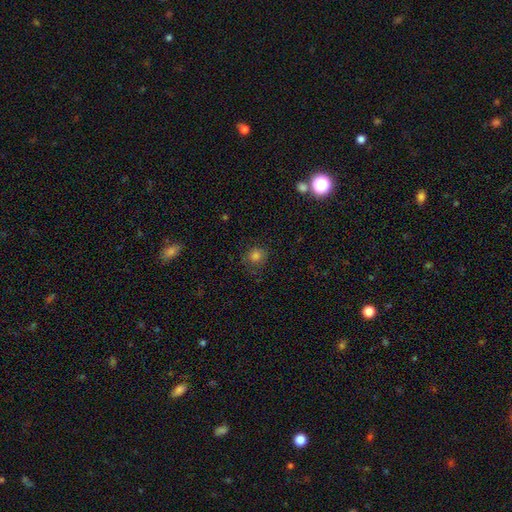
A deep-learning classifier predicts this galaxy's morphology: Smooth or featured: smooth — 80% (star or artifact — 14%)
How rounded: round — 85% (in between — 14%)
Merging: none — 80% (minor disturbance — 14%)